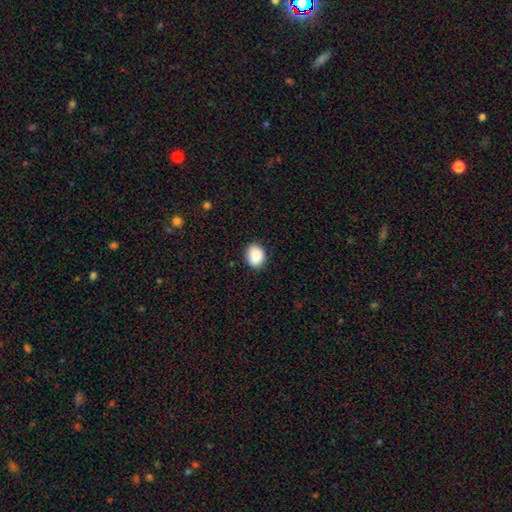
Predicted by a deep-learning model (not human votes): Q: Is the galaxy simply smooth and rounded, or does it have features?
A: smooth — 89%.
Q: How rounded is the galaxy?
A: round — 50%.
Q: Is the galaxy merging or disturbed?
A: none — 87%.